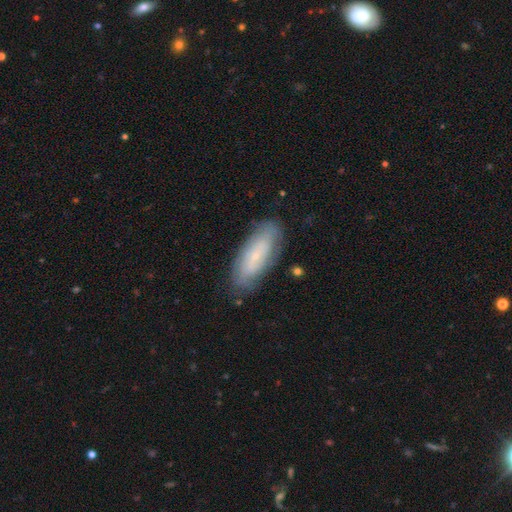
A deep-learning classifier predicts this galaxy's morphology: Overall: smooth (48%; featured or disk 44%). Merging: none (78%).